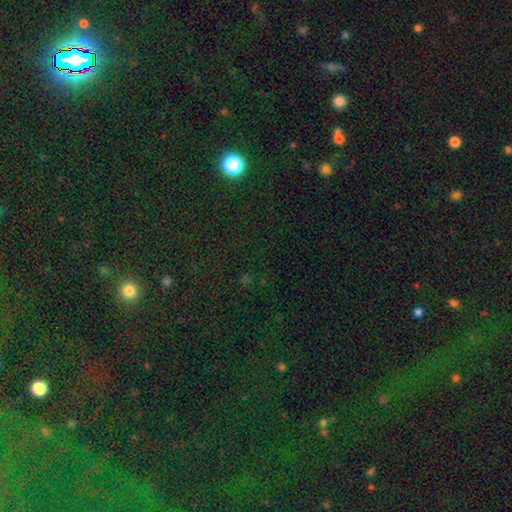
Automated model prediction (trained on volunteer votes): Overall: star or artifact (73%).